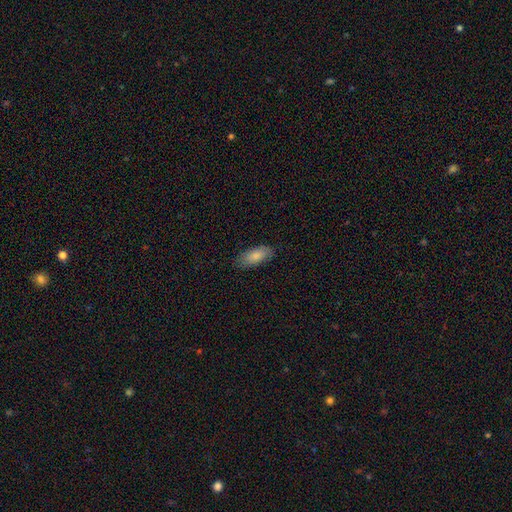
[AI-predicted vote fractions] Smooth or featured? Predicted: smooth (p=0.84). How rounded? Predicted: in between (p=0.87). Merging? Predicted: none (p=0.81).